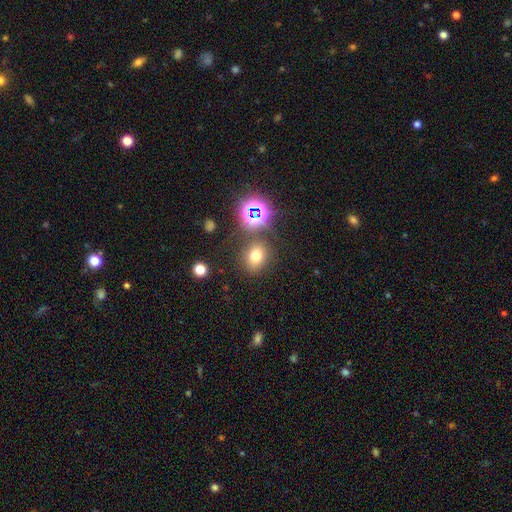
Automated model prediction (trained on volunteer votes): Q: Smooth or featured?
A: smooth (68%); runner-up: star or artifact (23%)
Q: How rounded?
A: round (58%); runner-up: in between (41%)
Q: Merging?
A: none (77%); runner-up: minor disturbance (11%)